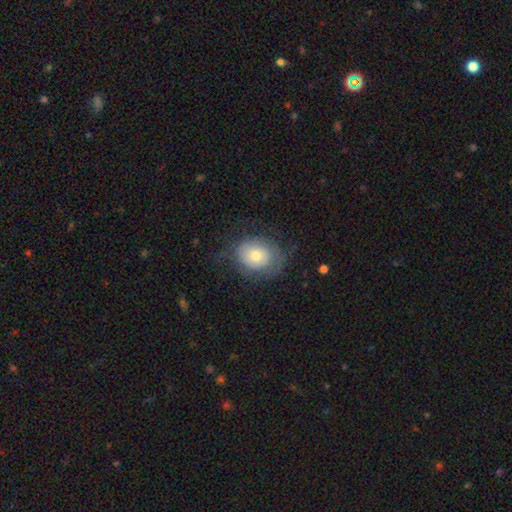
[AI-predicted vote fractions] This appears to be a smooth galaxy with no disk features (64%) that is round (52%). Merging: none (62%).